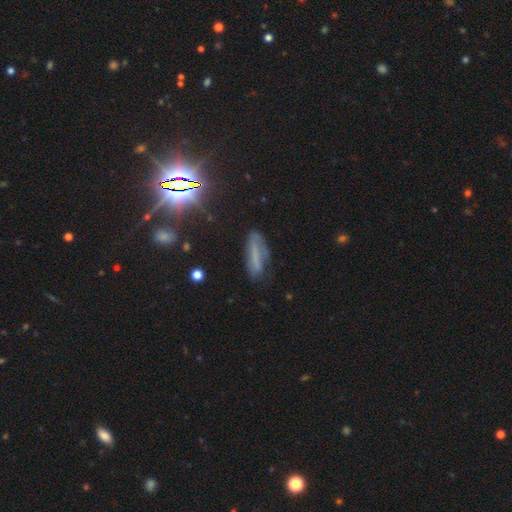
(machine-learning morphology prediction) smooth-or-featured: smooth: 49% | featured or disk: 31% | star or artifact: 20%
  merging: none: 62% | minor disturbance: 25% | major disturbance: 10% | merger: 3%